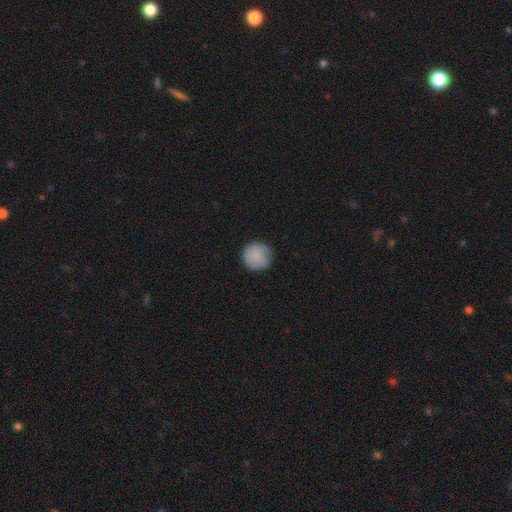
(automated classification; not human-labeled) Q: Smooth or featured?
A: smooth (84%); runner-up: featured or disk (10%)
Q: How rounded?
A: round (95%); runner-up: in between (4%)
Q: Merging?
A: none (85%); runner-up: minor disturbance (11%)